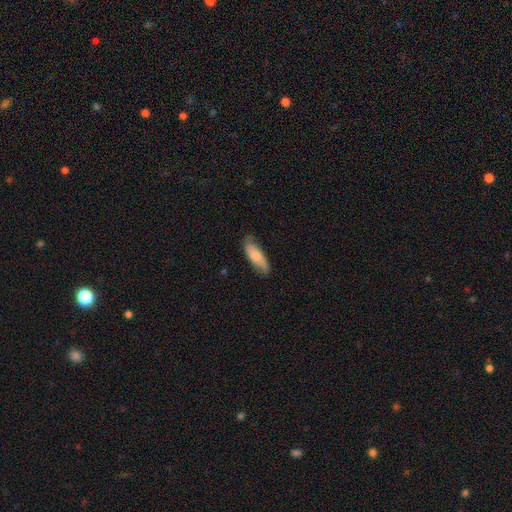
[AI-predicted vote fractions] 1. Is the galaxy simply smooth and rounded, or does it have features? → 70% smooth, 25% featured or disk, 6% star or artifact.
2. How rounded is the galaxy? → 59% in between, 39% cigar-shaped, 2% round.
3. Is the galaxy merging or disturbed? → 76% none, 19% minor disturbance, 3% major disturbance, 1% merger.